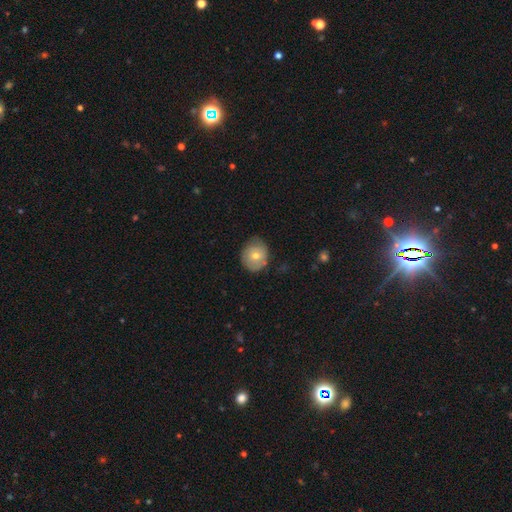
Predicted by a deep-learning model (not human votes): Smooth or featured?
  - smooth: 62% *
  - featured or disk: 31%
  - star or artifact: 7%
How rounded?
  - round: 78% *
  - in between: 21%
  - cigar-shaped: 1%
Merging?
  - none: 68% *
  - minor disturbance: 26%
  - major disturbance: 5%
  - merger: 1%